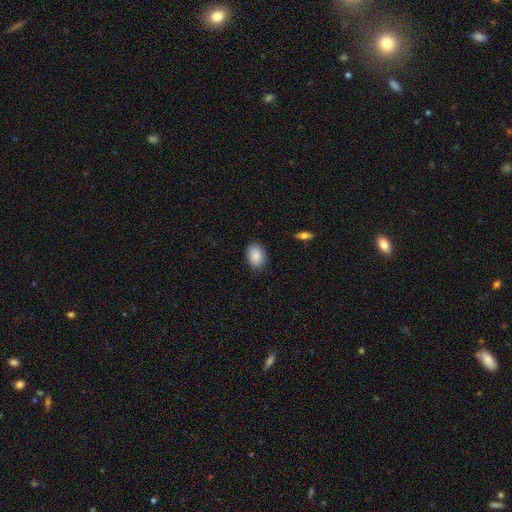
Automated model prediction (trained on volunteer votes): Smooth or featured?
  - smooth: 88% *
  - star or artifact: 7%
  - featured or disk: 5%
How rounded?
  - in between: 81% *
  - round: 18%
  - cigar-shaped: 1%
Merging?
  - none: 82% *
  - minor disturbance: 14%
  - major disturbance: 3%
  - merger: 1%